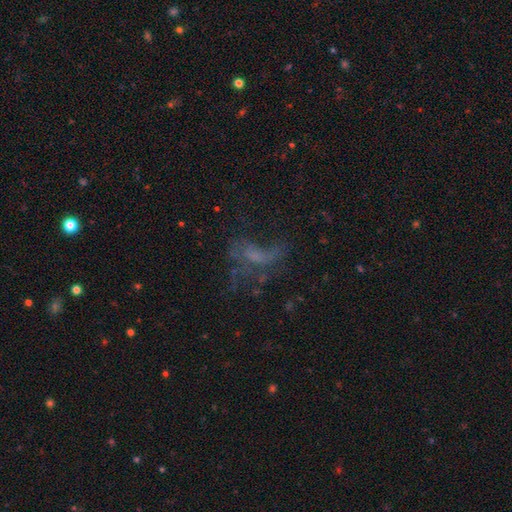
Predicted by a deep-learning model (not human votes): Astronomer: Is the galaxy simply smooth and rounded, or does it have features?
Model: featured or disk — 46% (runner-up: star or artifact, 28%).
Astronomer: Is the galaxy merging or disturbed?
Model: major disturbance — 43% (runner-up: none, 37%).